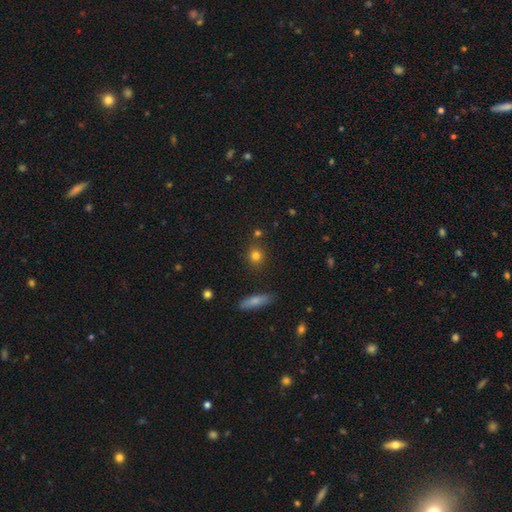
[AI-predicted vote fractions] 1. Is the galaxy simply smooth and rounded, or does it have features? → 81% smooth, 12% star or artifact, 7% featured or disk.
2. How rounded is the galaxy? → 78% round, 19% in between, 3% cigar-shaped.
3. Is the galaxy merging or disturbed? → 82% none, 9% minor disturbance, 6% merger, 3% major disturbance.